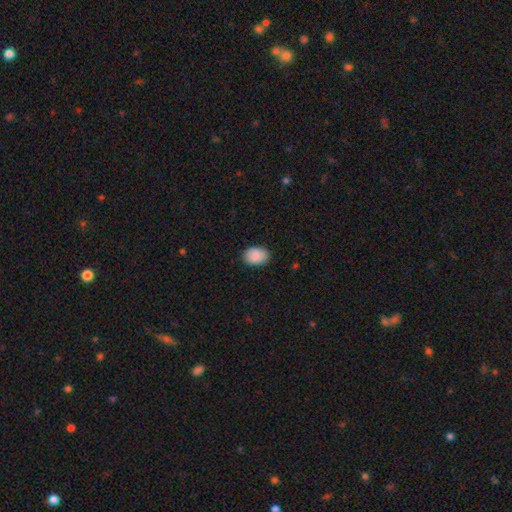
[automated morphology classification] A smooth galaxy with no disk features (88%) that is in between round and cigar-shaped (73%). Merging: none (85%).